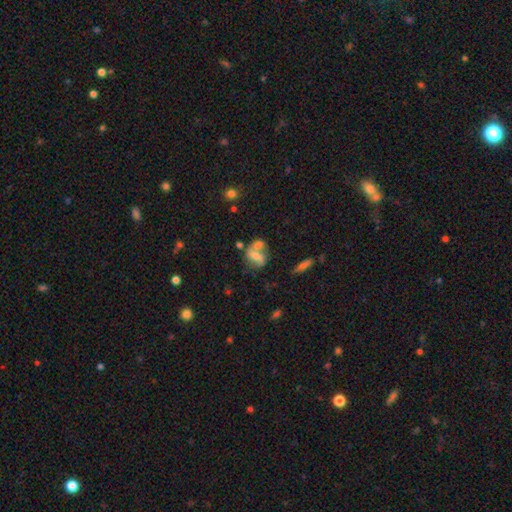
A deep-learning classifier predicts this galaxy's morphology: Smooth or featured? featured or disk (46%)
Merging? merger (42%)